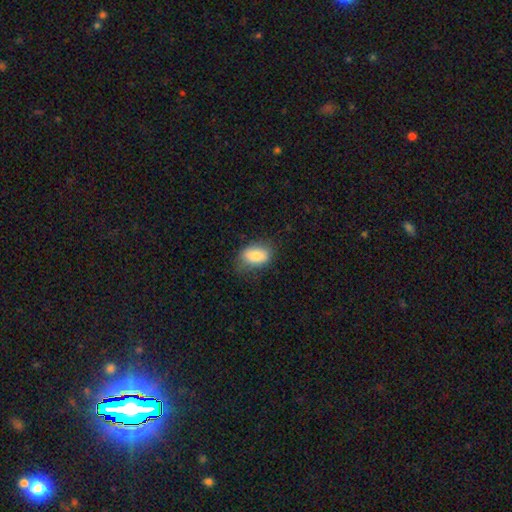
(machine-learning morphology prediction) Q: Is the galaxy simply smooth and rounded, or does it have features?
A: smooth — 80%.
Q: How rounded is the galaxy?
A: in between — 86%.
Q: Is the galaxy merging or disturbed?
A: none — 69%.